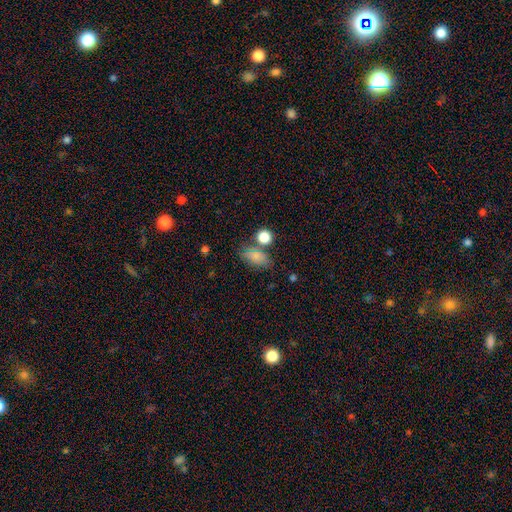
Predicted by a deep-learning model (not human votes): Smooth or featured: smooth — 80% (star or artifact — 11%)
How rounded: in between — 82% (round — 12%)
Merging: none — 64% (minor disturbance — 17%)